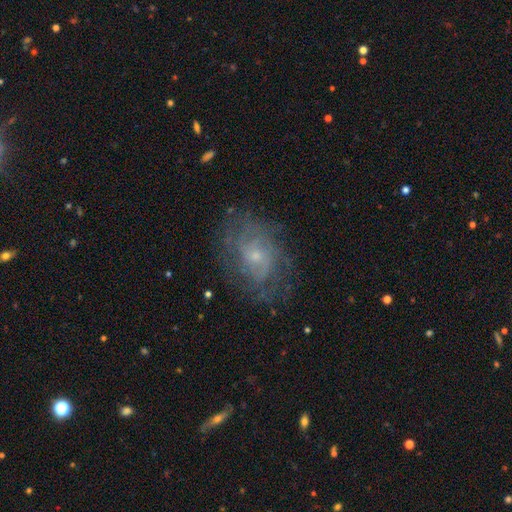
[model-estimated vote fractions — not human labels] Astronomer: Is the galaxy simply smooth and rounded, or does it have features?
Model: featured or disk — 71%.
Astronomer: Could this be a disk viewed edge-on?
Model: no — 96%.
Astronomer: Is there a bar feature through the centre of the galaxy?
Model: no — 72%.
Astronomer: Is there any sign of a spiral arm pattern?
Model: yes — 83%.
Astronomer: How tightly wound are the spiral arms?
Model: tight — 46% (runner-up: medium, 38%).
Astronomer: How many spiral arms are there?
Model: can't tell — 49%.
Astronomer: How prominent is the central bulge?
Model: small — 70%.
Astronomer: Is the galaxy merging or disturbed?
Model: none — 71%.